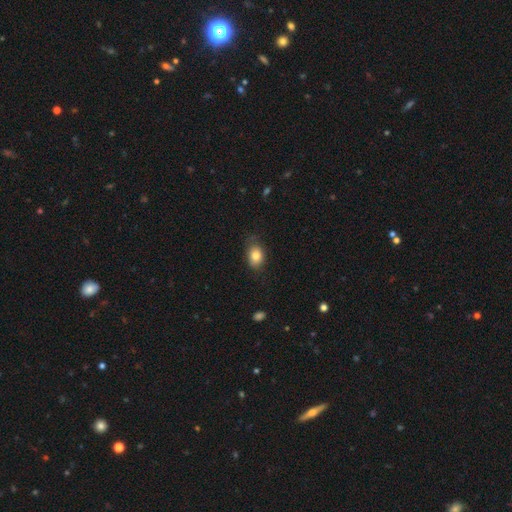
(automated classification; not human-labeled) Overall: smooth (82%). How rounded: in between (75%). Merging: none (71%).